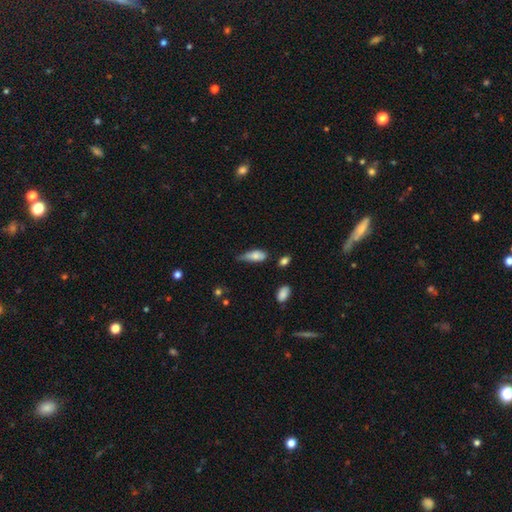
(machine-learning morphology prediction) Q: Smooth or featured?
A: smooth (76%); runner-up: featured or disk (16%)
Q: How rounded?
A: in between (78%); runner-up: cigar-shaped (19%)
Q: Merging?
A: minor disturbance (50%); runner-up: none (30%)